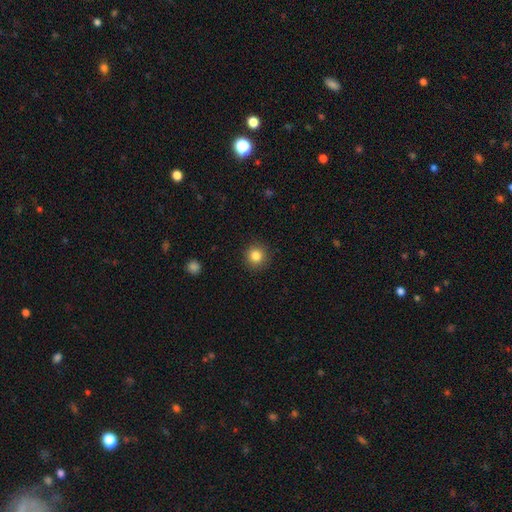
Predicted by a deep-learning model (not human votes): smooth_or_featured: smooth (p=0.84) [alt: star or artifact p=0.11]
how_rounded: round (p=0.94) [alt: in between p=0.05]
merging: none (p=0.91) [alt: minor disturbance p=0.06]